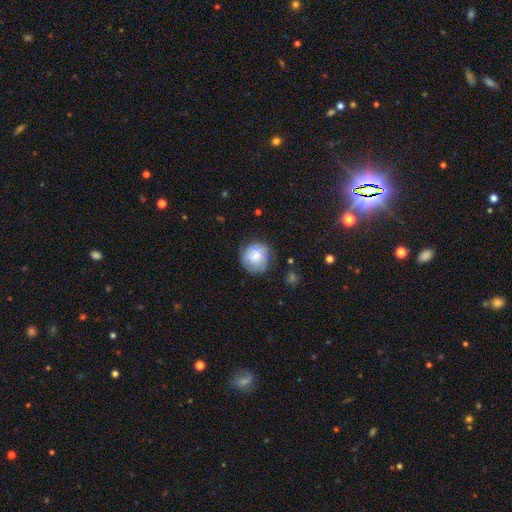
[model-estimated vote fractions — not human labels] smooth 64%, featured or disk 28%, star or artifact 8%. Down the decision tree: how rounded — round (89%); merging — none (71%).